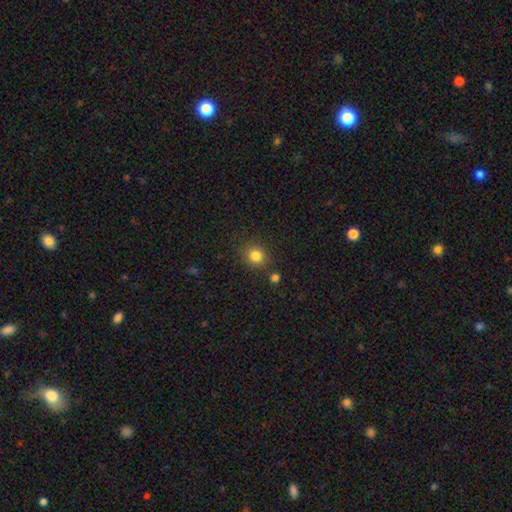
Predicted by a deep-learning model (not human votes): smooth-or-featured: smooth: 83% | star or artifact: 12% | featured or disk: 5%
  how-rounded: round: 86% | in between: 13% | cigar-shaped: 1%
  merging: none: 84% | minor disturbance: 9% | merger: 4% | major disturbance: 3%